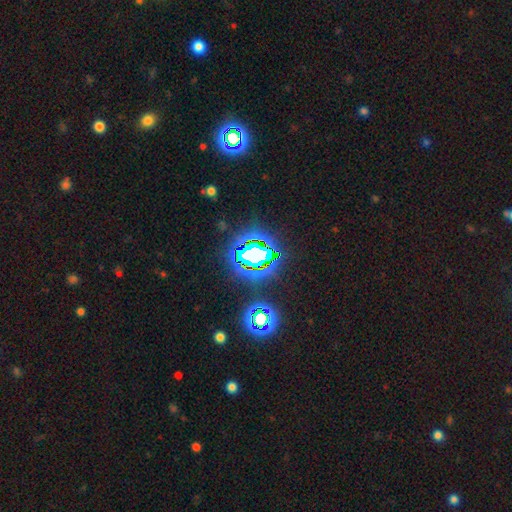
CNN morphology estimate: A star or artifact, not a galaxy (68%).

Vote fractions:
- Smooth or featured? star or artifact: 68% / smooth: 18% / featured or disk: 14%